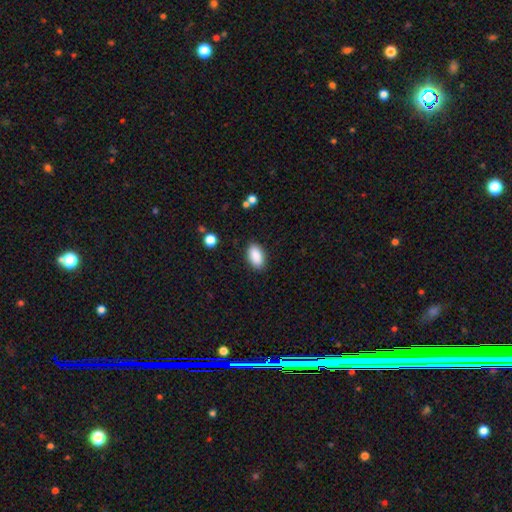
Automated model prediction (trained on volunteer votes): A smooth galaxy with no disk features (89%) that is in between round and cigar-shaped (93%).

Vote fractions:
- Smooth or featured? smooth: 89% / star or artifact: 7% / featured or disk: 4%
- How rounded? in between: 93% / round: 4% / cigar-shaped: 3%
- Merging? none: 87% / minor disturbance: 9% / major disturbance: 2% / merger: 1%